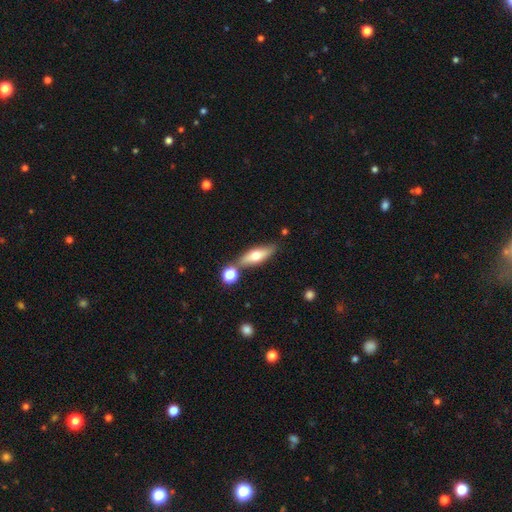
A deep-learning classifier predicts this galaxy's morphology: Smooth or featured? smooth (56%)
How rounded? in between (50%)
Merging? none (71%)